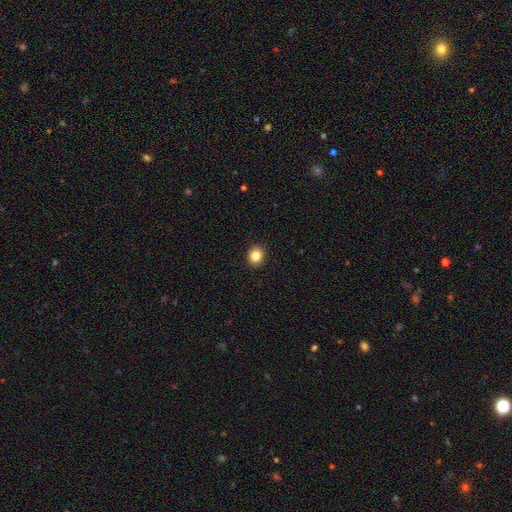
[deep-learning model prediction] Smooth or featured? smooth (84%)
How rounded? round (70%)
Merging? none (92%)